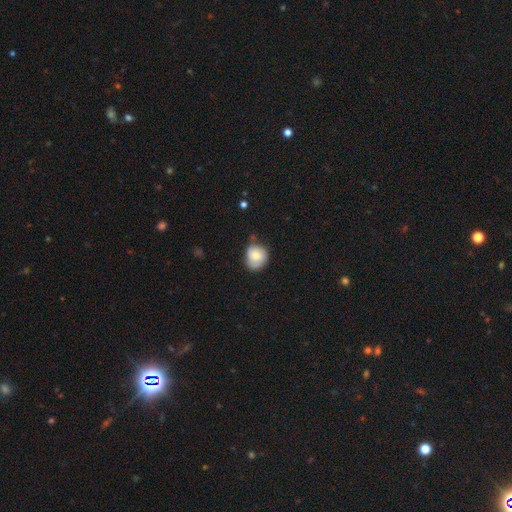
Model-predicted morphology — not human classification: Smooth or featured: smooth — 73% (featured or disk — 20%)
How rounded: round — 75% (in between — 24%)
Merging: none — 58% (minor disturbance — 32%)